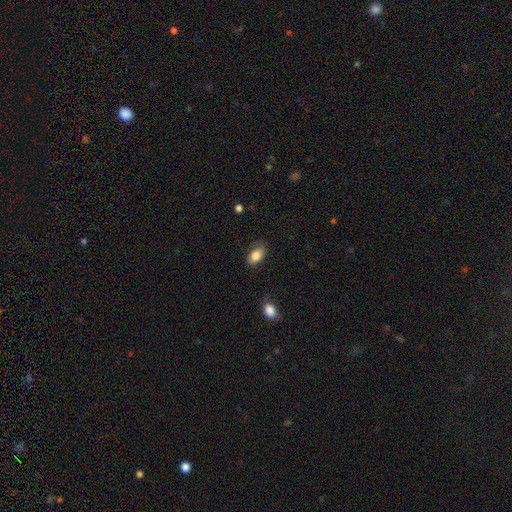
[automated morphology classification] This is clearly a smooth galaxy (84%). How rounded: clearly in between (91%). Merging: likely none (78%).